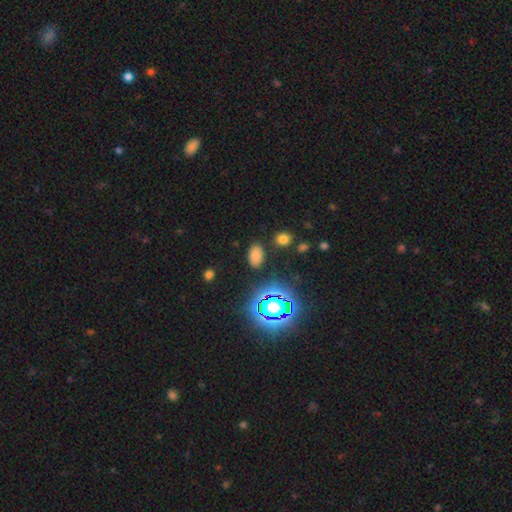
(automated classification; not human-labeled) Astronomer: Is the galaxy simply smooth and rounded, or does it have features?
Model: smooth — 71%.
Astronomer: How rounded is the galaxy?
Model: in between — 89%.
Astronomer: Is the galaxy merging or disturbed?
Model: none — 84%.